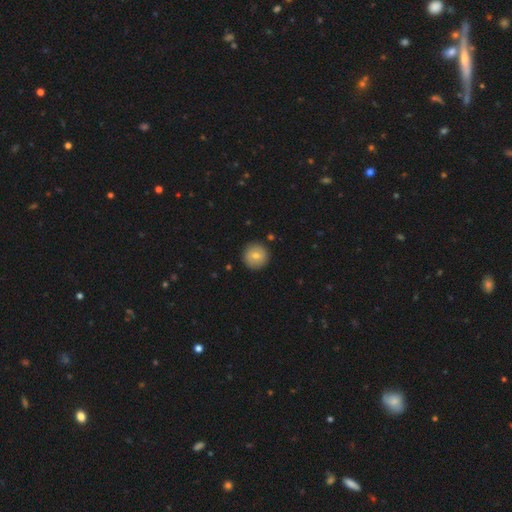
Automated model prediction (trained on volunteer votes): A smooth galaxy with no disk features (74%) that is round (95%). Merging: none (91%).